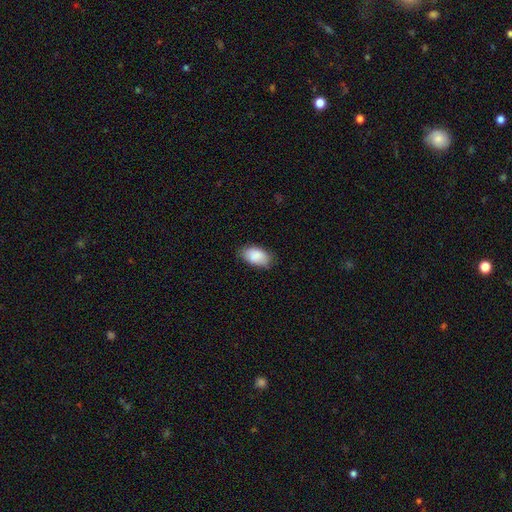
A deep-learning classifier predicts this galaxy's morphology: Smooth or featured: smooth — 89% (star or artifact — 6%)
How rounded: in between — 95% (round — 4%)
Merging: none — 80% (minor disturbance — 16%)